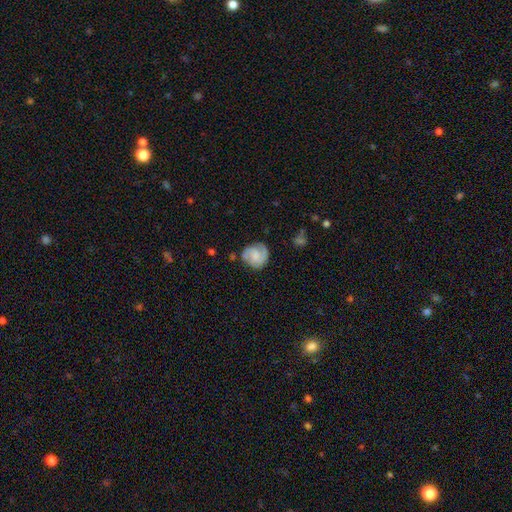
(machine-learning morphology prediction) A featured or disk galaxy (66%) with no bar (56%), 2 (71%) medium (44%) spiral arms (94%) and a small central bulge (37%).

Vote fractions:
- Smooth or featured? featured or disk: 66% / smooth: 27% / star or artifact: 7%
- Edge-on disk? no: 98% / yes: 2%
- Bar? no: 56% / weak: 38% / strong: 7%
- Spiral arms? yes: 94% / no: 6%
- Spiral winding? medium: 44% / tight: 42% / loose: 14%
- Spiral arm count? 2: 71% / can't tell: 10% / 3: 10% / 1: 5% / 4: 2% / more than 4: 2%
- Bulge size? small: 37% / moderate: 31% / none: 25% / large: 6% / dominant: 1%
- Merging? none: 72% / minor disturbance: 19% / major disturbance: 6% / merger: 3%